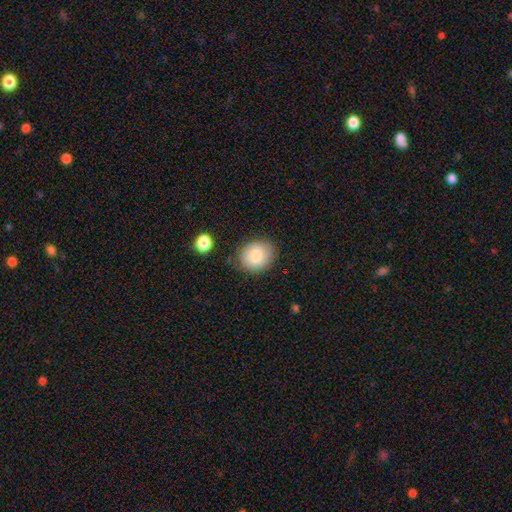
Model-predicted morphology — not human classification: Smooth or featured: smooth — 81% (featured or disk — 10%)
How rounded: round — 68% (in between — 32%)
Merging: none — 79% (minor disturbance — 15%)